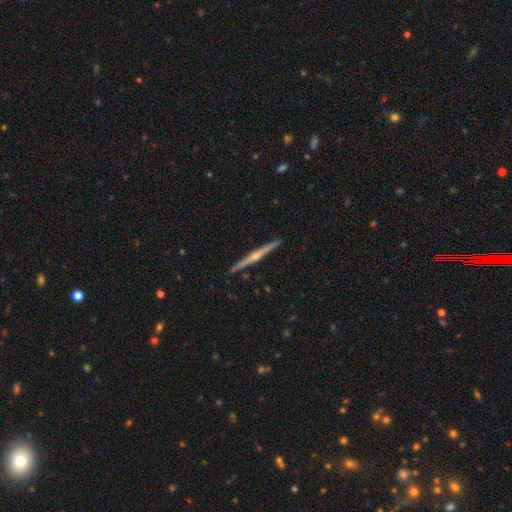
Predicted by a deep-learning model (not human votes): Smooth or featured? Predicted: featured or disk (p=0.75). Edge-on disk? Predicted: yes (p=0.97). Edge-on bulge? Predicted: rounded (p=0.79). Merging? Predicted: none (p=0.88).